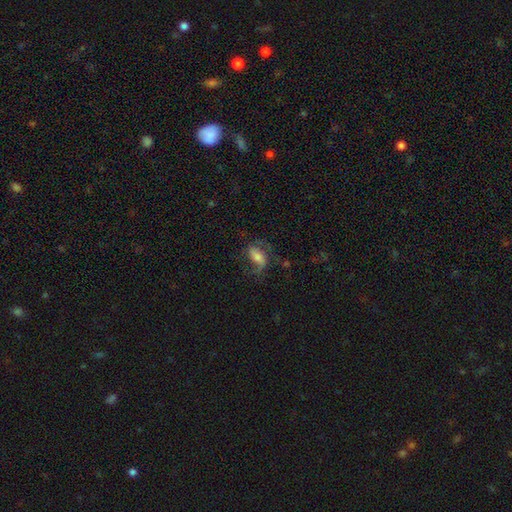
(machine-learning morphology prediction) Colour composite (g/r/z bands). It shows a featured or disk galaxy (58%) with a weak bar (42%), spiral arms (87%) and a moderate central bulge (44%). Merging: none (65%).